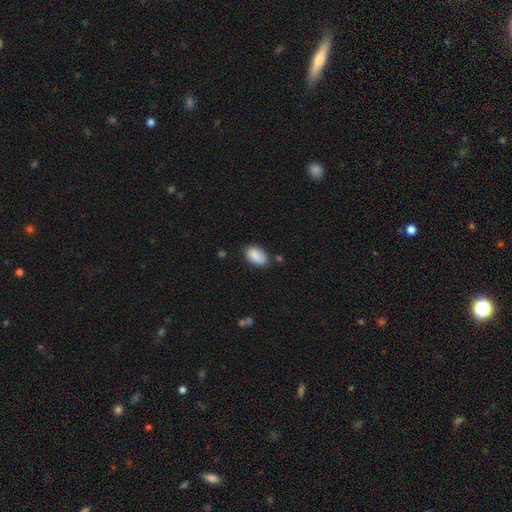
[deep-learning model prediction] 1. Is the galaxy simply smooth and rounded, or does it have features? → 87% smooth, 7% star or artifact, 6% featured or disk.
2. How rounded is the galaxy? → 92% in between, 6% round, 2% cigar-shaped.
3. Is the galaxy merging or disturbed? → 70% none, 21% minor disturbance, 5% merger, 4% major disturbance.